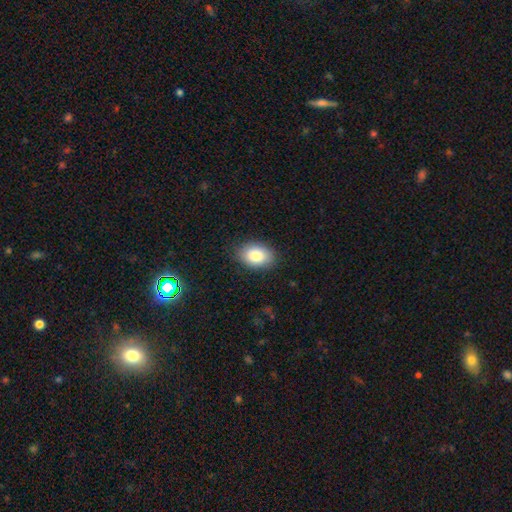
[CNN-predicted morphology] smooth_or_featured: smooth (p=0.85) [alt: featured or disk p=0.08]
how_rounded: in between (p=0.85) [alt: round p=0.14]
merging: none (p=0.86) [alt: minor disturbance p=0.11]